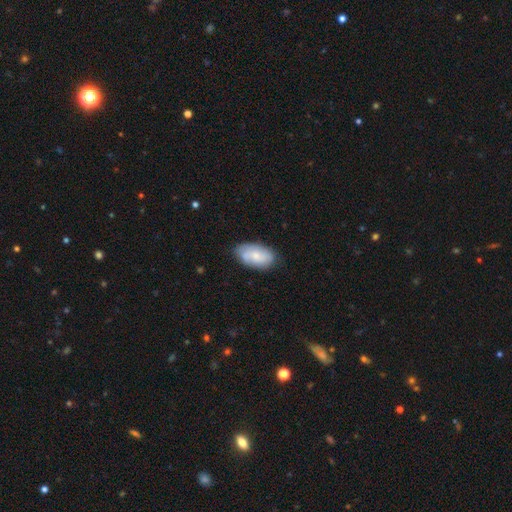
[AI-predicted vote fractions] smooth-or-featured: smooth: 62% | featured or disk: 31% | star or artifact: 7%
  how-rounded: in between: 93% | round: 5% | cigar-shaped: 2%
  merging: none: 71% | minor disturbance: 21% | major disturbance: 4% | merger: 4%